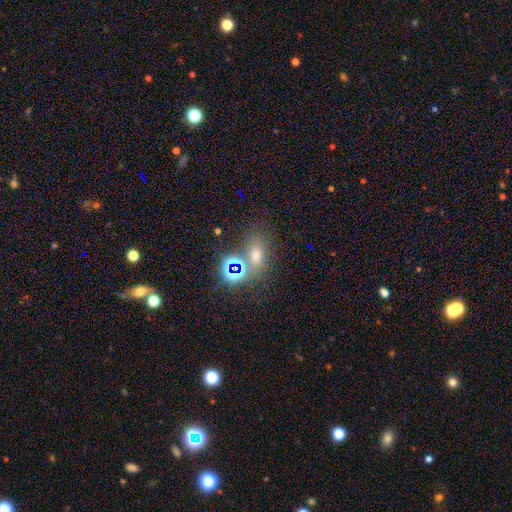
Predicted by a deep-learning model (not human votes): Smooth or featured? Predicted: smooth (p=0.46). Merging? Predicted: none (p=0.62).